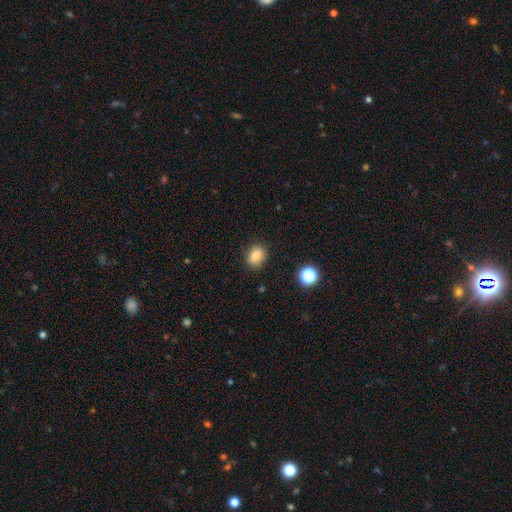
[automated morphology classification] smooth_or_featured: smooth (p=0.82) [alt: star or artifact p=0.11]
how_rounded: in between (p=0.61) [alt: round p=0.38]
merging: none (p=0.83) [alt: minor disturbance p=0.12]